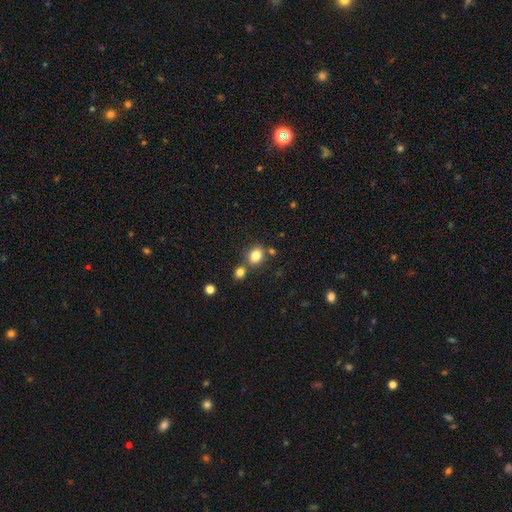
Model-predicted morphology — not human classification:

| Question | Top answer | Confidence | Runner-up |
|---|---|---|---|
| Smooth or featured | smooth | 82% | star or artifact (11%) |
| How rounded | round | 62% | in between (37%) |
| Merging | none | 68% | merger (19%) |